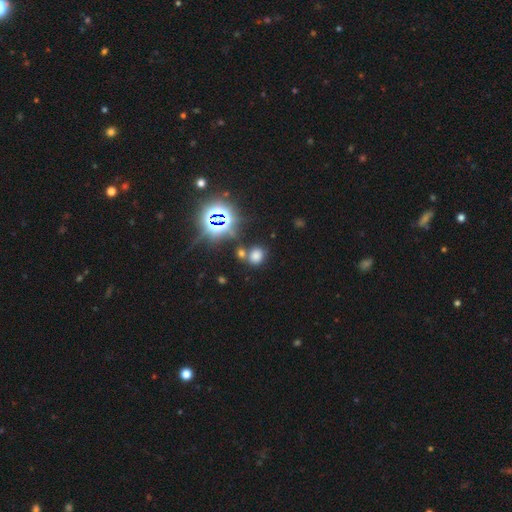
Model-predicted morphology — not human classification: A smooth galaxy with no disk features (63%) that is round (66%).

Vote fractions:
- Smooth or featured? smooth: 63% / star or artifact: 30% / featured or disk: 7%
- How rounded? round: 66% / in between: 33% / cigar-shaped: 1%
- Merging? none: 69% / merger: 15% / minor disturbance: 11% / major disturbance: 5%